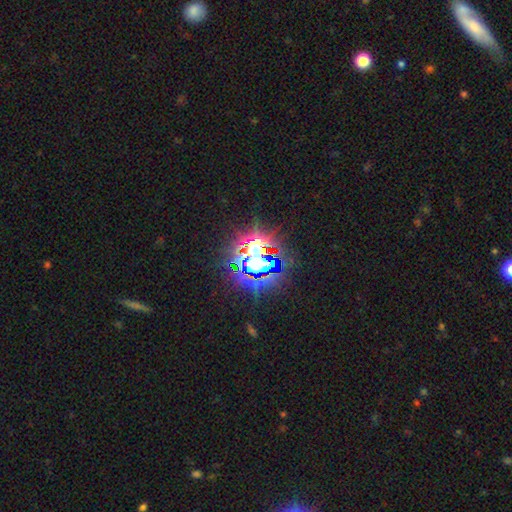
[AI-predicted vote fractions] smooth-or-featured: star or artifact: 78% | smooth: 12% | featured or disk: 11%